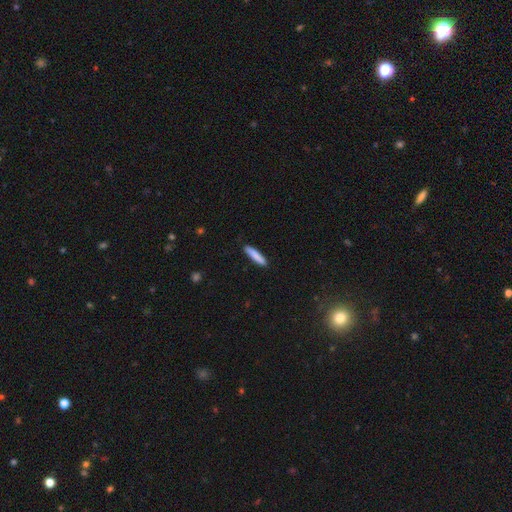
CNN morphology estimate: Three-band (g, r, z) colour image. It shows a smooth galaxy with no disk features (84%) that is cigar-shaped (89%). Merging: none (90%).